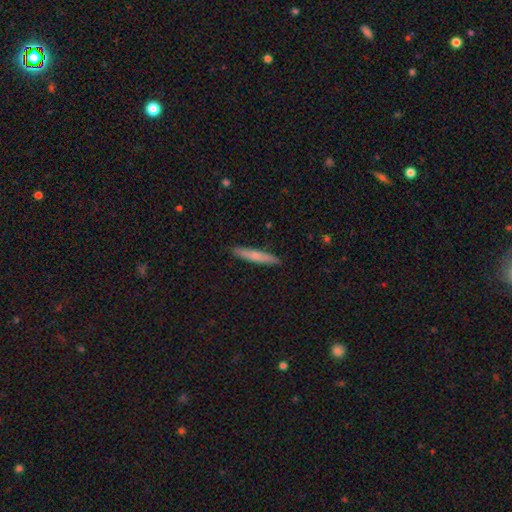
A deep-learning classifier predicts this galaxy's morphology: type=smooth (65%); roundness=cigar-shaped (93%); merging=none (90%).